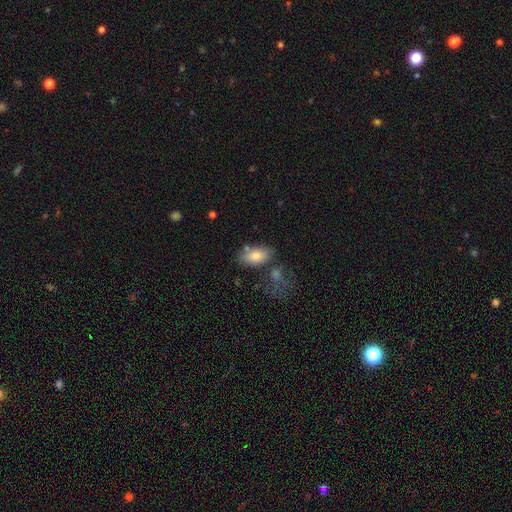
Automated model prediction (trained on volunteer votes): smooth_or_featured: smooth (p=0.80) [alt: featured or disk p=0.12]
how_rounded: in between (p=0.92) [alt: round p=0.05]
merging: none (p=0.61) [alt: minor disturbance p=0.17]